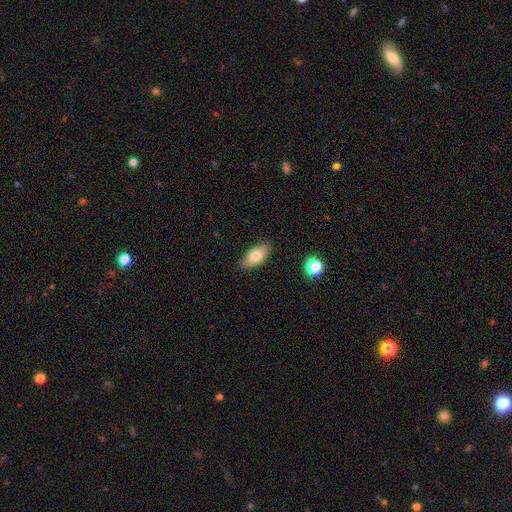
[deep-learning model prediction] Smooth or featured?
  - smooth: 77% *
  - featured or disk: 16%
  - star or artifact: 8%
How rounded?
  - in between: 87% *
  - cigar-shaped: 9%
  - round: 4%
Merging?
  - none: 87% *
  - minor disturbance: 10%
  - major disturbance: 2%
  - merger: 1%